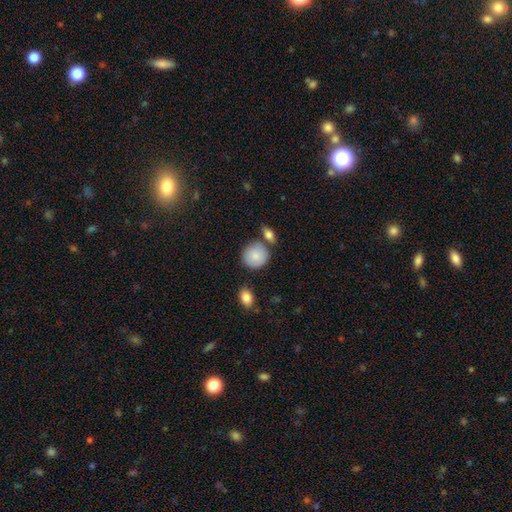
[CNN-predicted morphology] Q: Smooth or featured?
A: smooth (86%); runner-up: featured or disk (8%)
Q: How rounded?
A: round (87%); runner-up: in between (12%)
Q: Merging?
A: none (71%); runner-up: minor disturbance (13%)